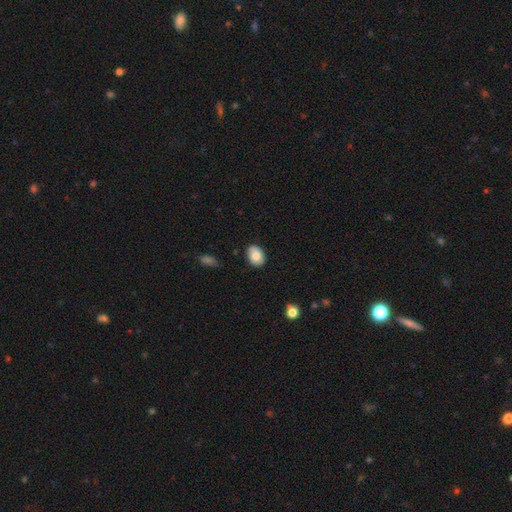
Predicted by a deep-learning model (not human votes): smooth_or_featured: smooth (p=0.80) [alt: featured or disk p=0.12]
how_rounded: in between (p=0.74) [alt: round p=0.25]
merging: none (p=0.83) [alt: minor disturbance p=0.13]